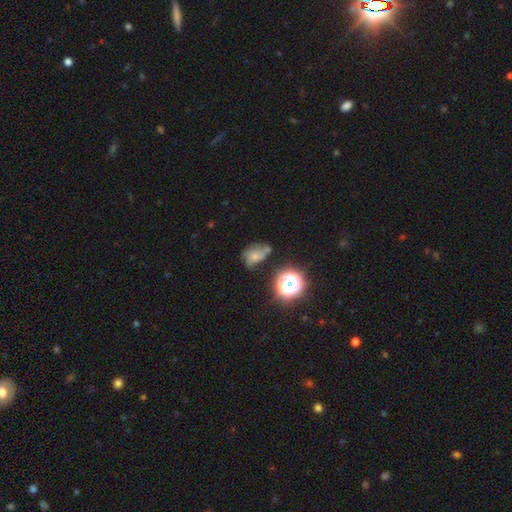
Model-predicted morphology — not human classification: smooth-or-featured: smooth: 44% | featured or disk: 37% | star or artifact: 19%
  merging: none: 33% | minor disturbance: 28% | major disturbance: 26% | merger: 13%